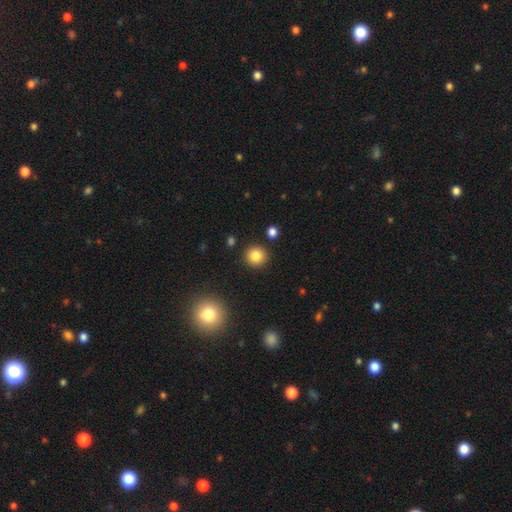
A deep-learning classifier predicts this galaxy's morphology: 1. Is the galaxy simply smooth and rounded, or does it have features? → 85% smooth, 10% star or artifact, 5% featured or disk.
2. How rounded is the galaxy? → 91% round, 8% in between, 1% cigar-shaped.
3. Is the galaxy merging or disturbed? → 89% none, 6% minor disturbance, 3% merger, 2% major disturbance.